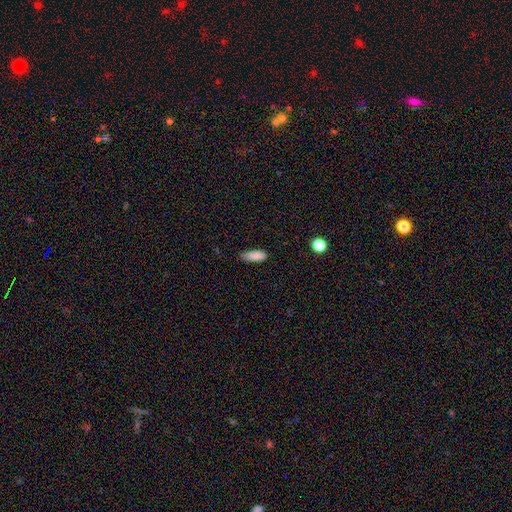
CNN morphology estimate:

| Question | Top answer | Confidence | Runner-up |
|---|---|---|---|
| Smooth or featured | smooth | 86% | star or artifact (8%) |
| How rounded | in between | 62% | cigar-shaped (36%) |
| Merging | none | 71% | minor disturbance (23%) |